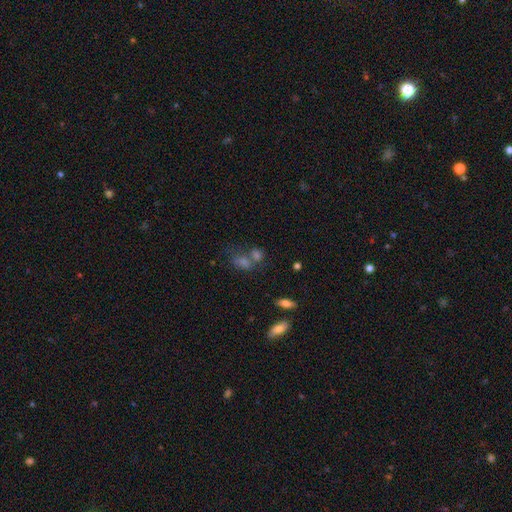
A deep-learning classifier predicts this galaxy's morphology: smooth-or-featured: smooth: 58% | star or artifact: 25% | featured or disk: 17%
  how-rounded: in between: 65% | round: 31% | cigar-shaped: 5%
  merging: none: 41% | merger: 38% | minor disturbance: 12% | major disturbance: 8%